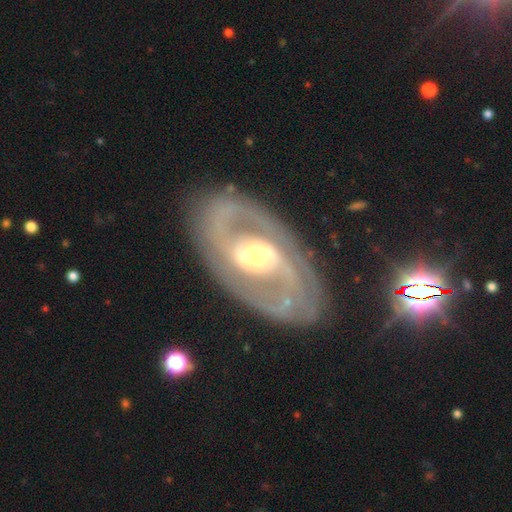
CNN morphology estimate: smooth-or-featured: featured or disk: 86% | smooth: 9% | star or artifact: 5%
  disk-edge-on: no: 95% | yes: 5%
    bar: strong: 42% | weak: 37% | no: 20%
    has-spiral-arms: yes: 87% | no: 13%
      spiral-winding: medium: 43% | tight: 42% | loose: 15%
      spiral-arm-count: 2: 82% | can't tell: 9% | 3: 3% | 1: 3% | 4: 2% | more than 4: 2%
    bulge-size: moderate: 59% | small: 23% | large: 15% | dominant: 2% | none: 1%
  merging: none: 79% | minor disturbance: 13% | major disturbance: 6% | merger: 2%